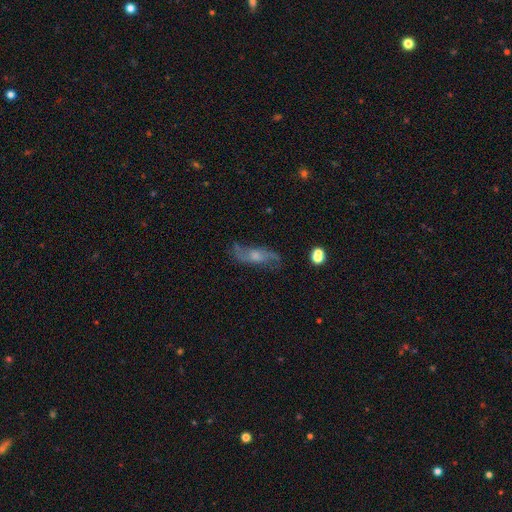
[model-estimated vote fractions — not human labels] This appears to be a featured or disk galaxy (68%) with no bar (65%), spiral arms (86%) and a moderate central bulge (49%). Merging: none (69%).